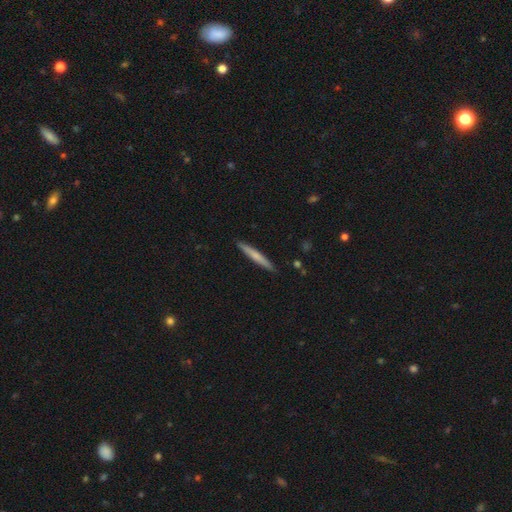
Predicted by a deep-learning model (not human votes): This appears to be a smooth galaxy with no disk features (59%) that is cigar-shaped (96%). Merging: none (91%).